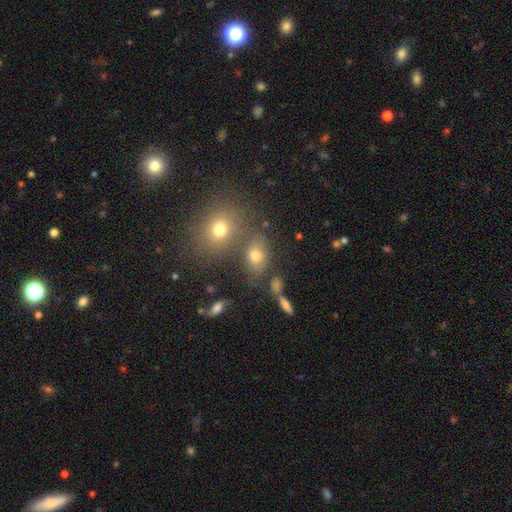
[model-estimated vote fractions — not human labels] Smooth or featured? Predicted: smooth (p=0.69). How rounded? Predicted: in between (p=0.68). Merging? Predicted: none (p=0.65).